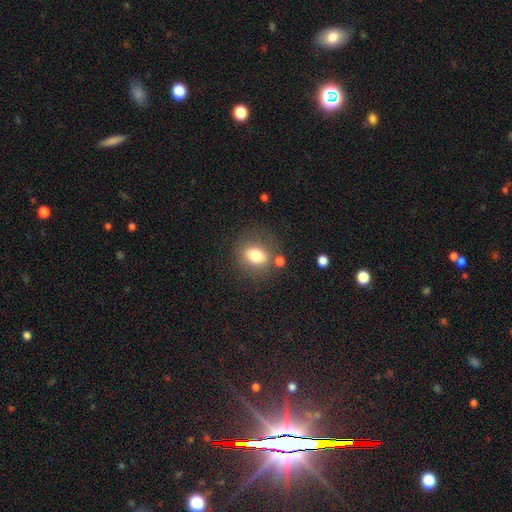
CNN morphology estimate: This appears to be a smooth galaxy with no disk features (77%) that is round (51%). Merging: none (73%).